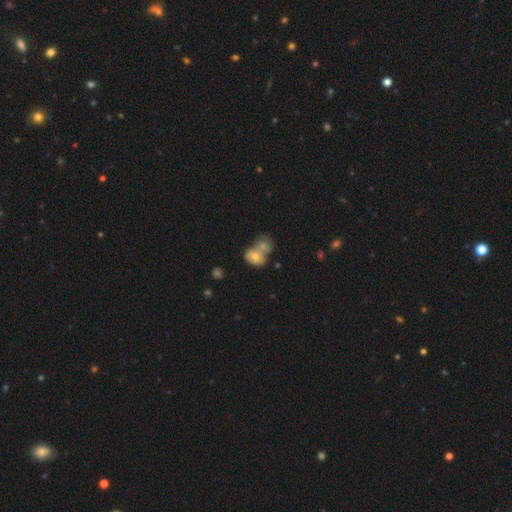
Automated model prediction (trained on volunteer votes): Smooth or featured?
  - smooth: 72% *
  - featured or disk: 18%
  - star or artifact: 10%
How rounded?
  - in between: 62% *
  - round: 37%
  - cigar-shaped: 1%
Merging?
  - merger: 63% *
  - none: 23%
  - minor disturbance: 9%
  - major disturbance: 5%